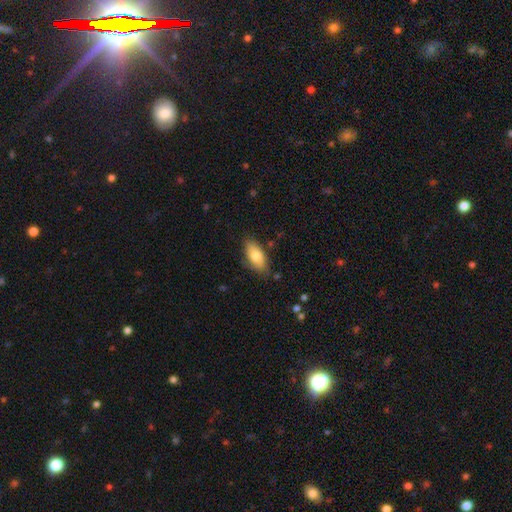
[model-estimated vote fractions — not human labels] smooth-or-featured: smooth: 79% | featured or disk: 15% | star or artifact: 6%
  how-rounded: in between: 87% | cigar-shaped: 10% | round: 3%
  merging: none: 77% | minor disturbance: 17% | major disturbance: 3% | merger: 2%